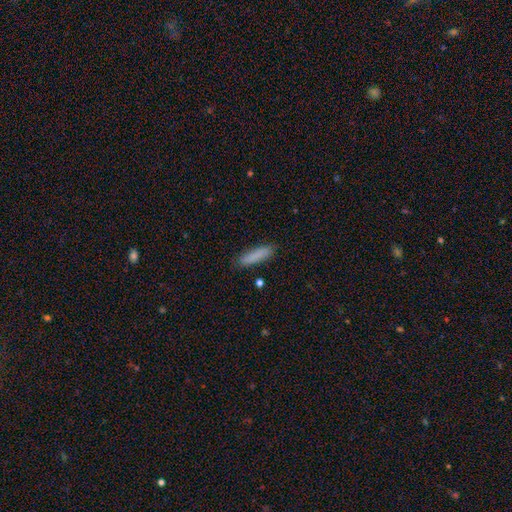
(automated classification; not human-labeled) Morphology: type=smooth (85%); roundness=cigar-shaped (76%); merging=none (86%).